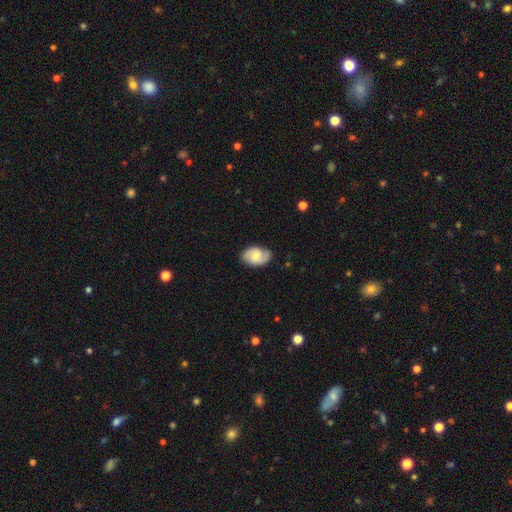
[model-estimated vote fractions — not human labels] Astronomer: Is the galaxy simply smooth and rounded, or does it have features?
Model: featured or disk — 62%.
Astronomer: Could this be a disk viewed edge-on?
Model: no — 97%.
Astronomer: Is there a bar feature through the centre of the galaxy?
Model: weak — 47% (runner-up: no, 43%).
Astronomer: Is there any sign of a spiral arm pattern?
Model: yes — 91%.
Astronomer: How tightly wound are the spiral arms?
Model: medium — 46% (runner-up: tight, 31%).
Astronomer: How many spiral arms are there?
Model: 2 — 84%.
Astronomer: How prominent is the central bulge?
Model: moderate — 51% (runner-up: small, 36%).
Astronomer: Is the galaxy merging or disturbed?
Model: none — 79%.